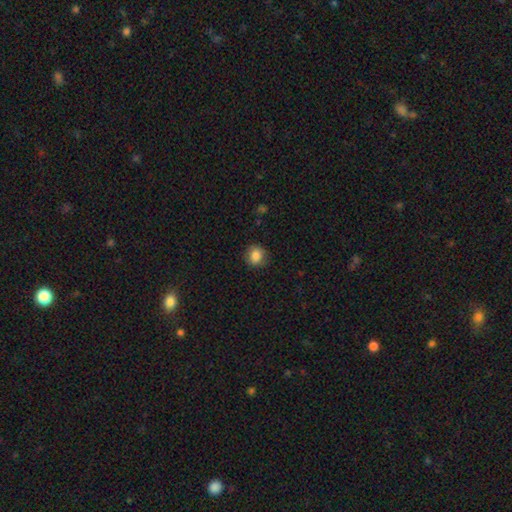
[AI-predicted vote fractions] Overall: smooth (85%). How rounded: round (76%). Merging: none (85%).